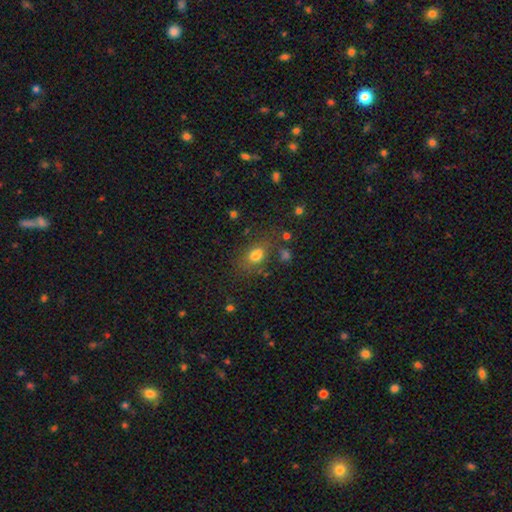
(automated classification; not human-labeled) Smooth or featured: smooth — 74% (star or artifact — 15%)
How rounded: in between — 67% (round — 31%)
Merging: none — 59% (minor disturbance — 19%)